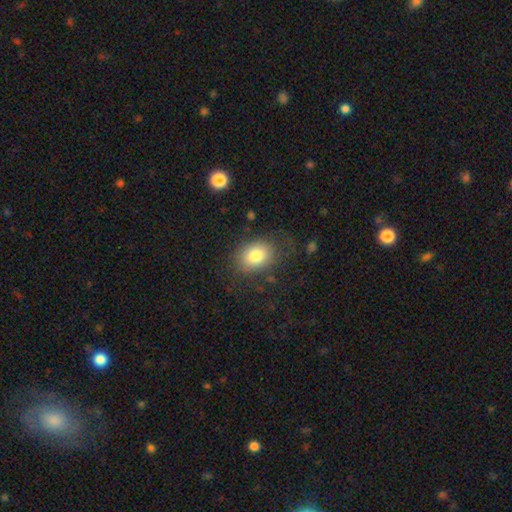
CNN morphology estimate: The model was most divided on "how rounded": in between: 63%, round: 36%, cigar-shaped: 1%. More confident: smooth or featured — smooth (79%); merging — none (71%).